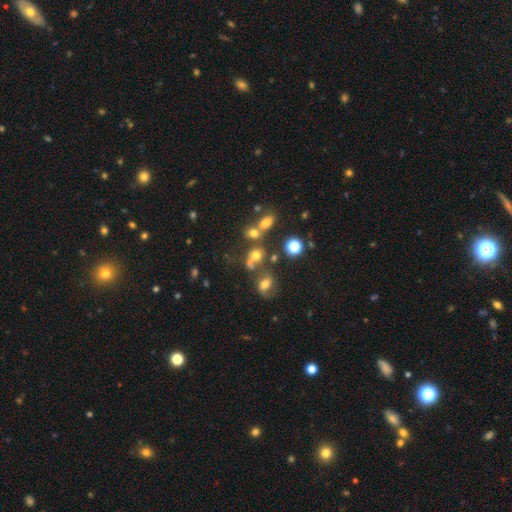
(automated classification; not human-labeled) smooth 59%, star or artifact 24%, featured or disk 17%. Down the decision tree: how rounded — round (71%); merging — none (43%).